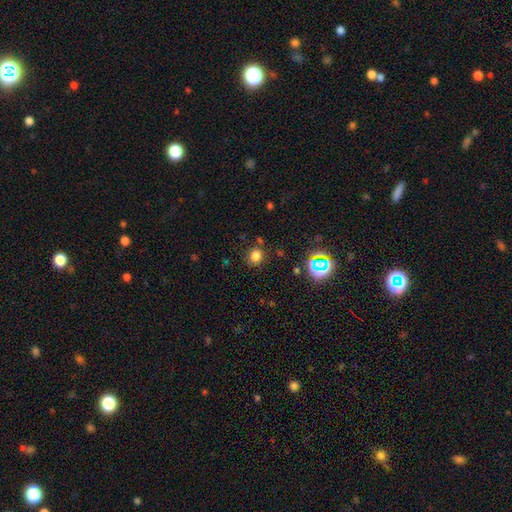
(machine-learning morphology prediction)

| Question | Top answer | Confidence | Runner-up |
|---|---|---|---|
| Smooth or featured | smooth | 76% | star or artifact (18%) |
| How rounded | round | 78% | in between (21%) |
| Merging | none | 82% | minor disturbance (11%) |